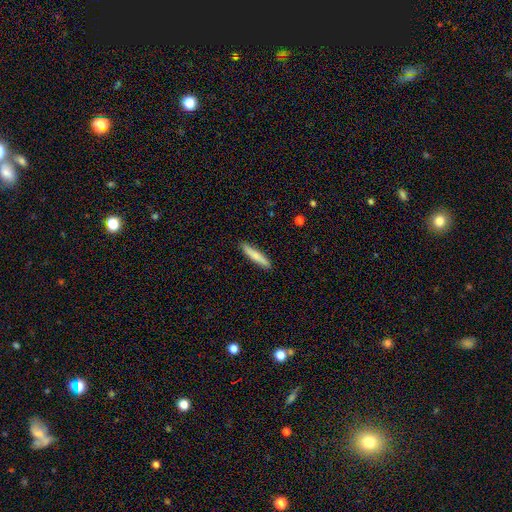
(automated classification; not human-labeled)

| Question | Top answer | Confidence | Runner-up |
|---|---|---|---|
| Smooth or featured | smooth | 75% | featured or disk (19%) |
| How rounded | cigar-shaped | 91% | in between (8%) |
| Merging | none | 90% | minor disturbance (8%) |